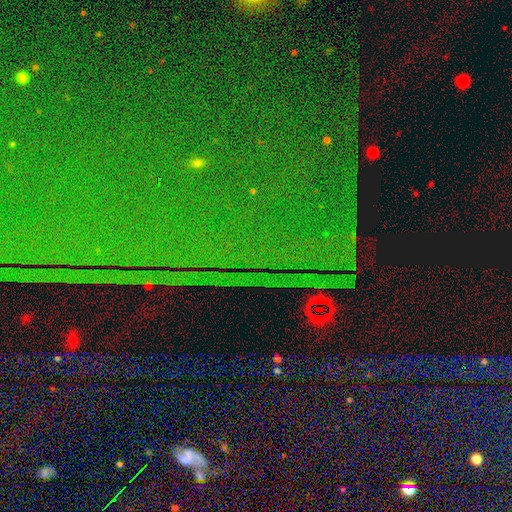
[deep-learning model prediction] This appears to be a star or artifact, not a galaxy (86%).